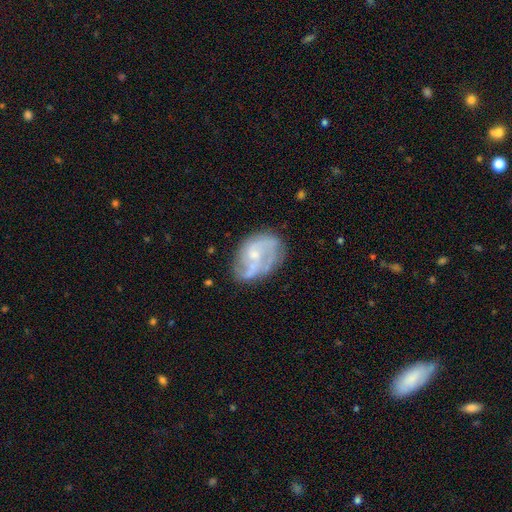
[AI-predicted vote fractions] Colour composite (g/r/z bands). It shows a featured or disk galaxy (72%) with no bar (61%), 2 (42%) medium (44%) spiral arms (80%) and a small central bulge (52%). Merging: none (56%).